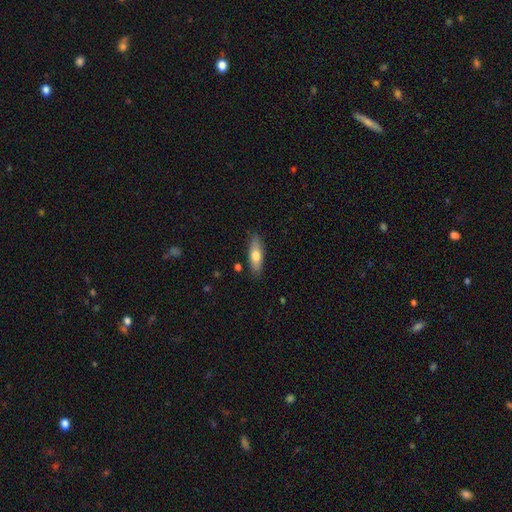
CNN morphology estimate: Smooth or featured?
  - smooth: 69% *
  - featured or disk: 25%
  - star or artifact: 6%
How rounded?
  - in between: 60% *
  - cigar-shaped: 38%
  - round: 3%
Merging?
  - none: 84% *
  - minor disturbance: 12%
  - major disturbance: 2%
  - merger: 2%